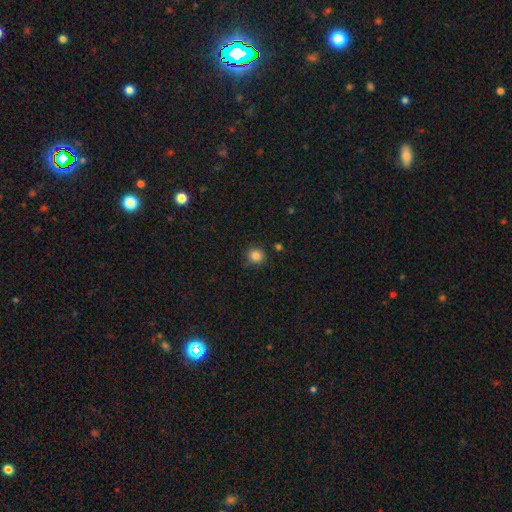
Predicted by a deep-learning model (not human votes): This is clearly a smooth galaxy (84%). How rounded: clearly round (91%). Merging: clearly none (86%).